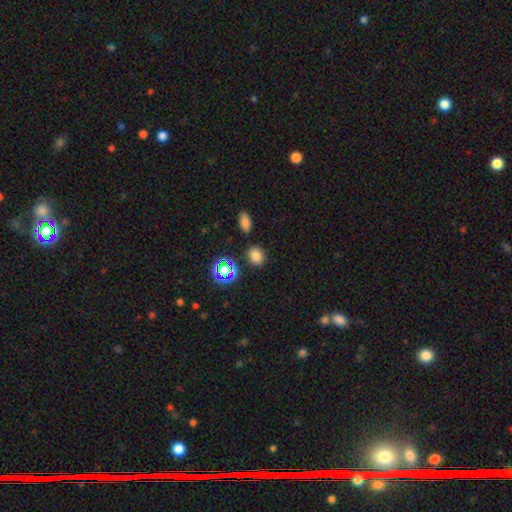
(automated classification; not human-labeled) The model was most divided on "how rounded": round: 63%, in between: 36%, cigar-shaped: 1%. More confident: merging — none (83%); smooth or featured — smooth (76%).